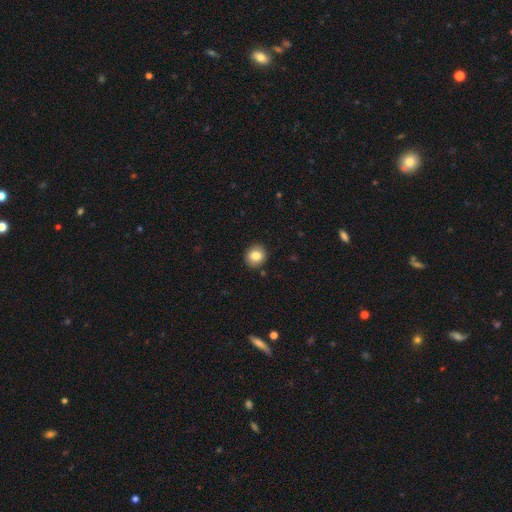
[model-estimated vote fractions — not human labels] Smooth or featured? Predicted: smooth (p=0.83). How rounded? Predicted: round (p=0.86). Merging? Predicted: none (p=0.90).